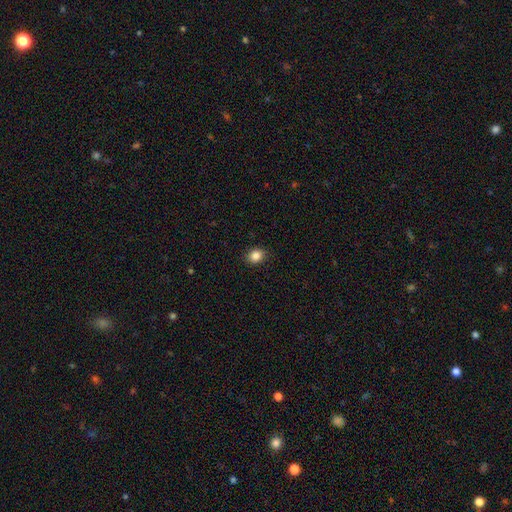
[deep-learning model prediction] Smooth or featured: smooth — 86% (star or artifact — 10%)
How rounded: round — 55% (in between — 44%)
Merging: none — 87% (minor disturbance — 9%)